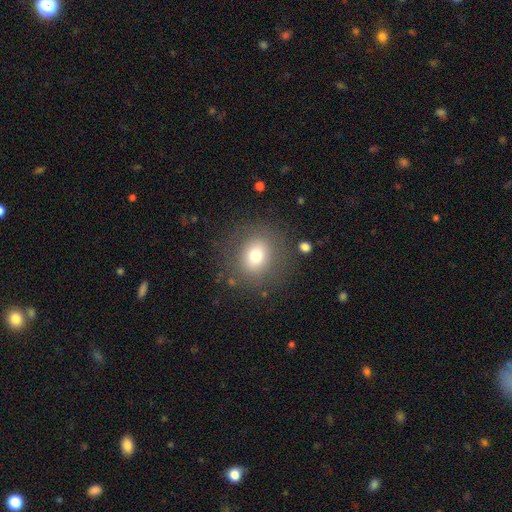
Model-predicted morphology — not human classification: smooth-or-featured: smooth: 73% | featured or disk: 14% | star or artifact: 12%
  how-rounded: round: 77% | in between: 22% | cigar-shaped: 1%
  merging: none: 82% | minor disturbance: 10% | major disturbance: 6% | merger: 2%